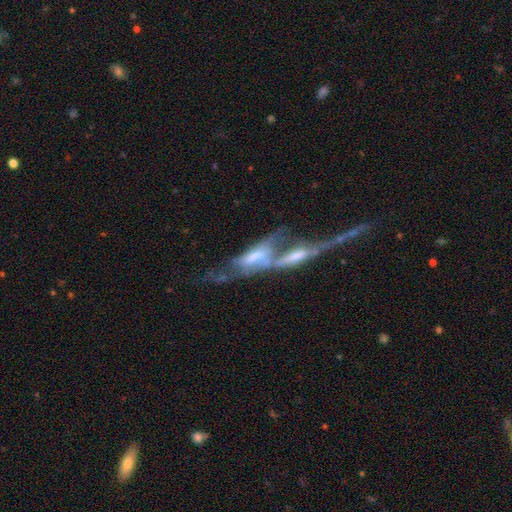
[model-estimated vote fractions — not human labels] Smooth or featured? Predicted: featured or disk (p=0.52). Edge-on disk? Predicted: no (p=0.71). Merging? Predicted: merger (p=0.72).